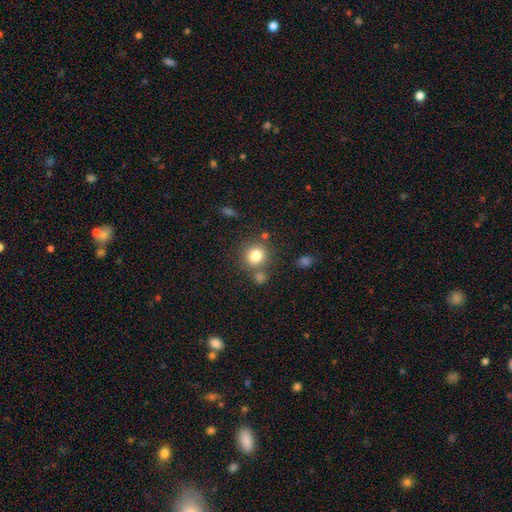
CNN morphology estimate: This appears to be a smooth galaxy with no disk features (81%) that is round (83%). Merging: none (72%).